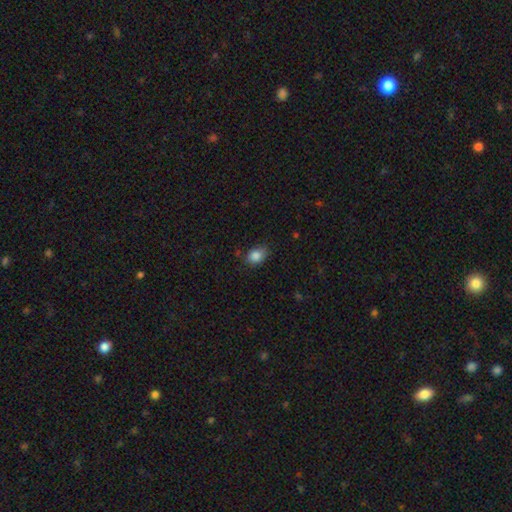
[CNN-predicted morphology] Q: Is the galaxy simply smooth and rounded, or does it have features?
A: smooth — 86%.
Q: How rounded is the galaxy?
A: in between — 66%.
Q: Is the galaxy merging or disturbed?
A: none — 72%.